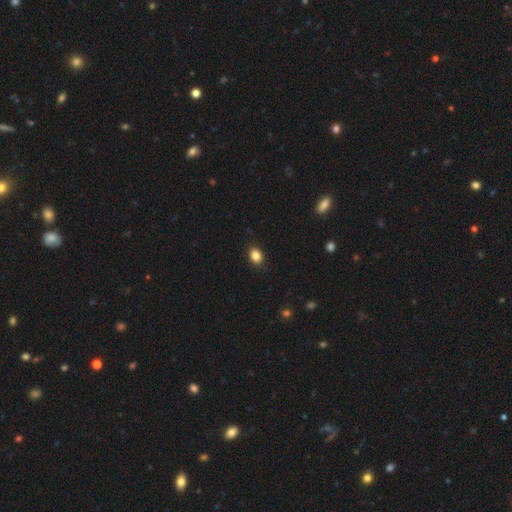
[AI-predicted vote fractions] smooth_or_featured: smooth (p=0.85) [alt: star or artifact p=0.10]
how_rounded: in between (p=0.62) [alt: round p=0.37]
merging: none (p=0.88) [alt: minor disturbance p=0.09]